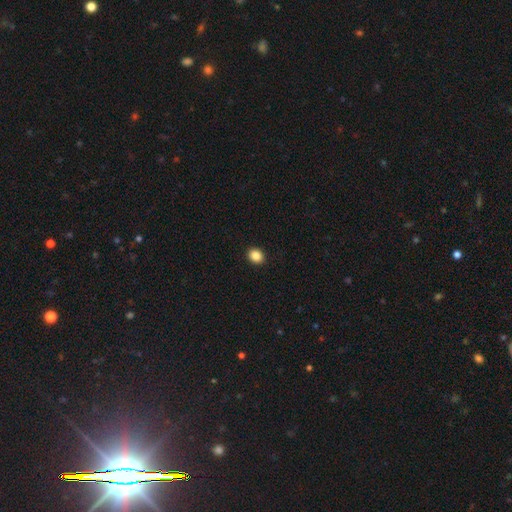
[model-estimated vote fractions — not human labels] Smooth or featured: smooth — 87% (star or artifact — 9%)
How rounded: round — 62% (in between — 37%)
Merging: none — 92% (minor disturbance — 5%)